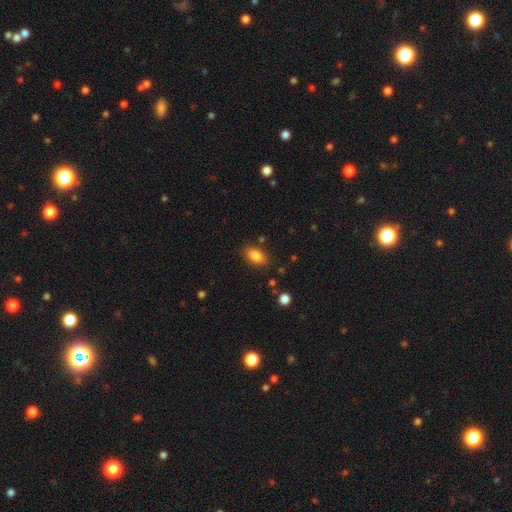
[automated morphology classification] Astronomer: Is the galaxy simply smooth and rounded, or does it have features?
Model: smooth — 85%.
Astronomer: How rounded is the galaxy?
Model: in between — 89%.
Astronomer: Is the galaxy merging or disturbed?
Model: none — 84%.